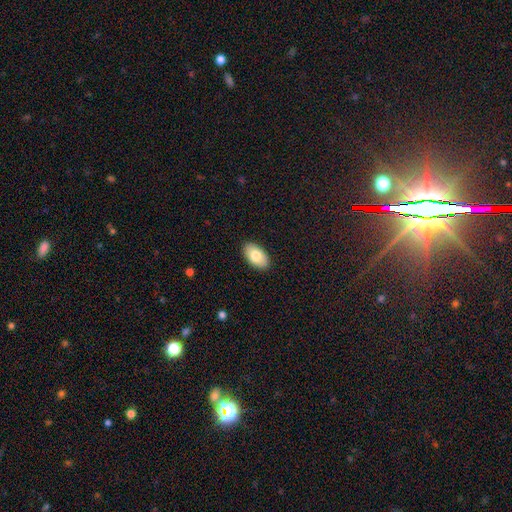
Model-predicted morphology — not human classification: Smooth or featured: smooth — 79% (featured or disk — 15%)
How rounded: in between — 95% (round — 4%)
Merging: none — 89% (minor disturbance — 8%)